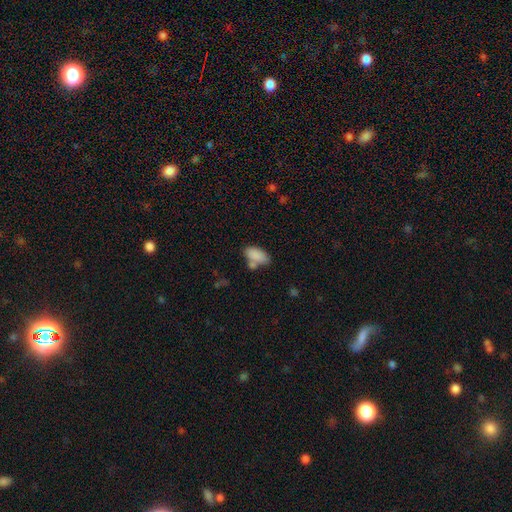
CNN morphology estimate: Smooth or featured?
  - smooth: 85% *
  - star or artifact: 8%
  - featured or disk: 7%
How rounded?
  - in between: 91% *
  - cigar-shaped: 5%
  - round: 3%
Merging?
  - none: 54% *
  - merger: 24%
  - minor disturbance: 16%
  - major disturbance: 6%